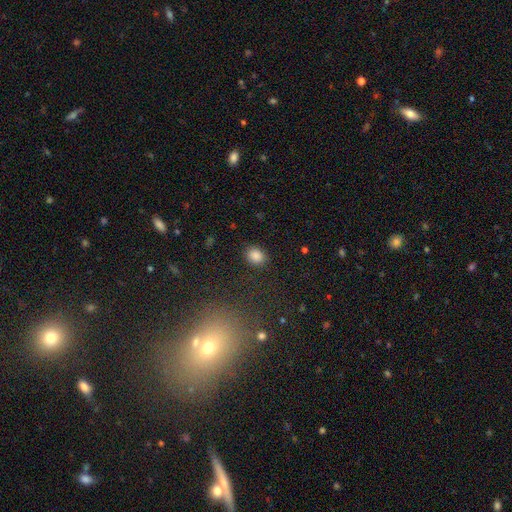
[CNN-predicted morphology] A smooth galaxy with no disk features (86%) that is in between round and cigar-shaped (58%). Merging: none (86%).